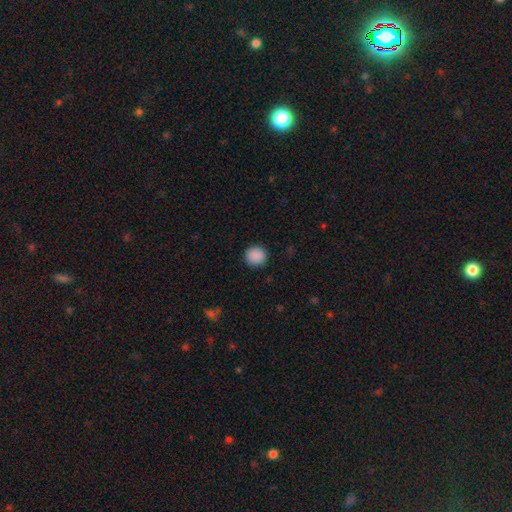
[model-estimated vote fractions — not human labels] smooth_or_featured: smooth (p=0.89) [alt: star or artifact p=0.08]
how_rounded: round (p=0.91) [alt: in between p=0.08]
merging: none (p=0.90) [alt: minor disturbance p=0.07]